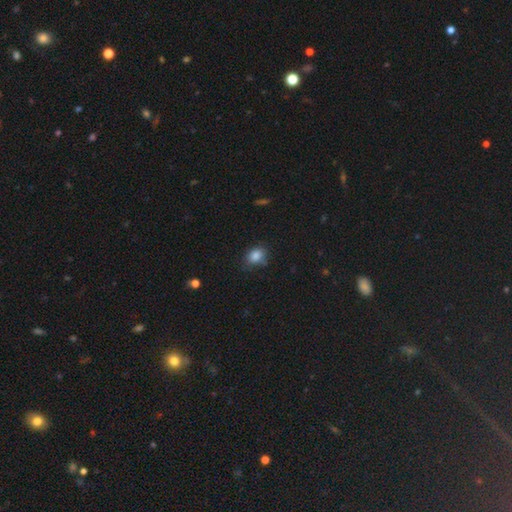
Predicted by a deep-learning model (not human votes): Smooth or featured?
  - smooth: 84% *
  - star or artifact: 10%
  - featured or disk: 6%
How rounded?
  - in between: 64% *
  - round: 34%
  - cigar-shaped: 1%
Merging?
  - none: 71% *
  - minor disturbance: 22%
  - major disturbance: 5%
  - merger: 3%